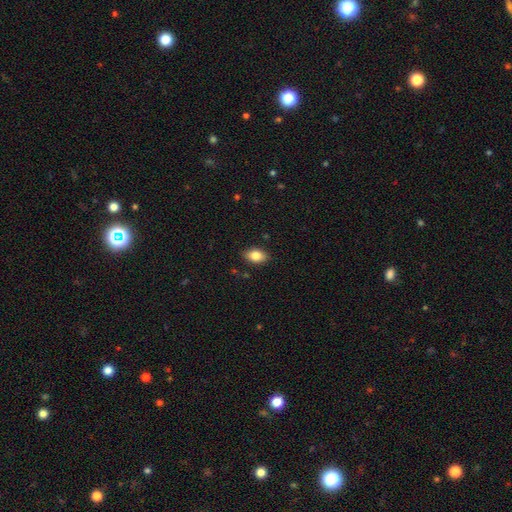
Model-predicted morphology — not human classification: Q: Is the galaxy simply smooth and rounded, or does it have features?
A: smooth — 83%.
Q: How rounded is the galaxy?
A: in between — 88%.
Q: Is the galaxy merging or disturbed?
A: none — 86%.